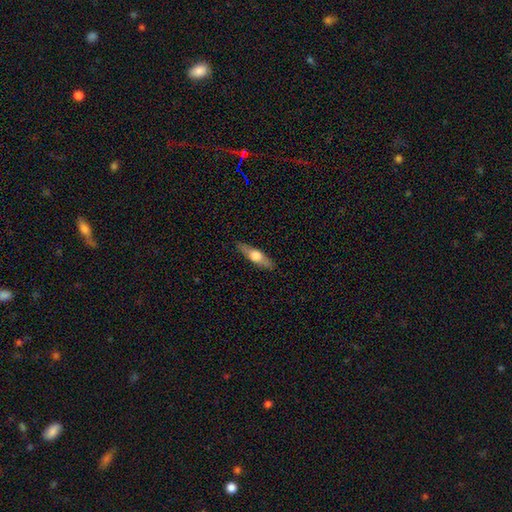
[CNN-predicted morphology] Overall: smooth (50%; featured or disk 45%). Merging: none (88%).